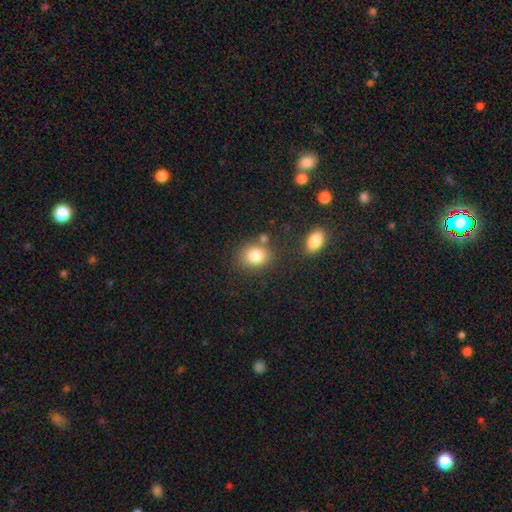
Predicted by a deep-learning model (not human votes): Smooth or featured: smooth — 83% (star or artifact — 10%)
How rounded: round — 52% (in between — 47%)
Merging: none — 70% (minor disturbance — 13%)